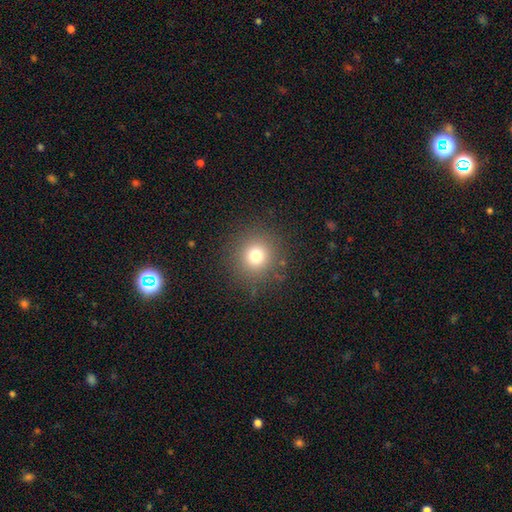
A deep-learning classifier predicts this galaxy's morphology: smooth 75%, star or artifact 16%, featured or disk 9%. Down the decision tree: how rounded — round (93%); merging — none (87%).